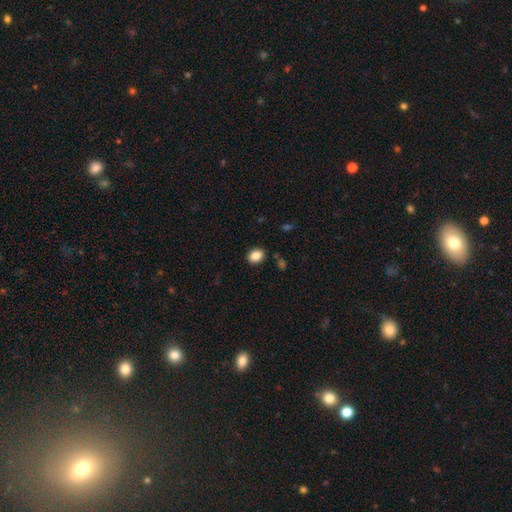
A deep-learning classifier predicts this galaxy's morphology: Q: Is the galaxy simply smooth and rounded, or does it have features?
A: smooth — 87%.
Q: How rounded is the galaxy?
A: in between — 64%.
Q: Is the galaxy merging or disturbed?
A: none — 88%.